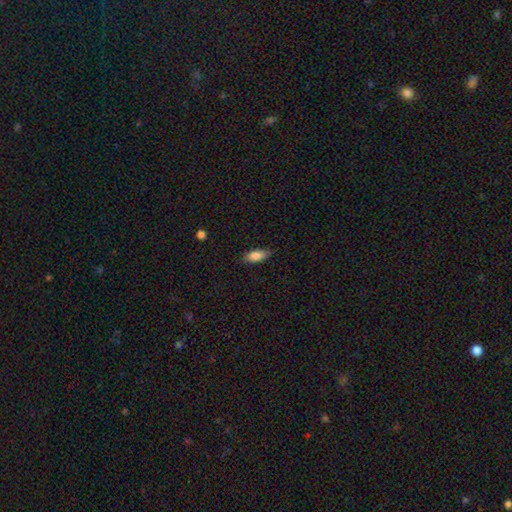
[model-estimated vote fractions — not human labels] This appears to be a smooth galaxy with no disk features (86%) that is in between round and cigar-shaped (79%). Merging: none (81%).